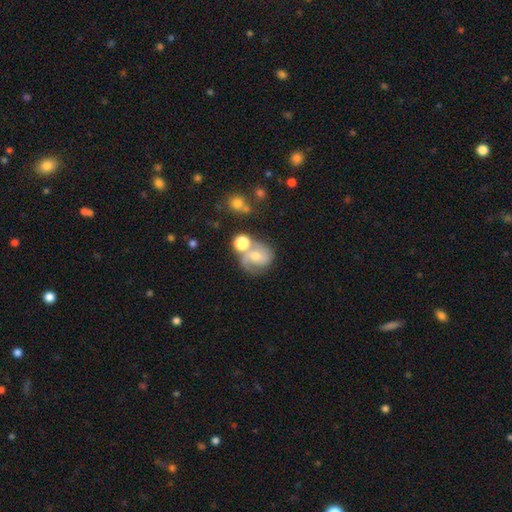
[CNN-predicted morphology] Smooth or featured?
  - featured or disk: 63% *
  - smooth: 27%
  - star or artifact: 10%
Edge-on disk?
  - no: 98% *
  - yes: 2%
Bar?
  - no: 52% *
  - weak: 37%
  - strong: 10%
Spiral arms?
  - yes: 88% *
  - no: 12%
Spiral winding?
  - medium: 49% *
  - tight: 25%
  - loose: 25%
Spiral arm count?
  - 2: 74% *
  - 1: 12%
  - can't tell: 9%
  - 3: 3%
  - 4: 1%
  - more than 4: 1%
Bulge size?
  - moderate: 55% *
  - small: 35%
  - large: 5%
  - none: 4%
  - dominant: 1%
Merging?
  - none: 46% *
  - merger: 27%
  - minor disturbance: 17%
  - major disturbance: 10%